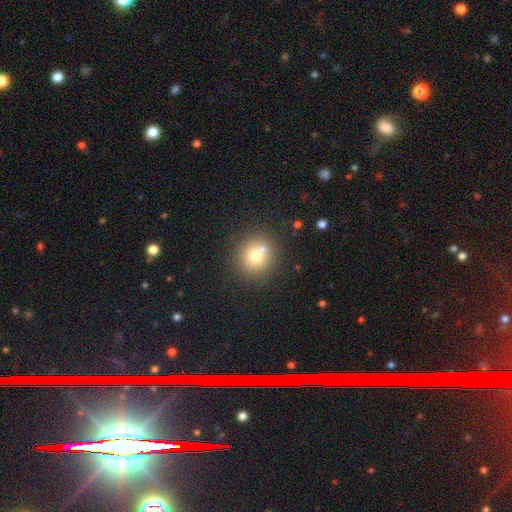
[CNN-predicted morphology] This appears to be a smooth galaxy with no disk features (70%) that is round (89%). Merging: none (65%).